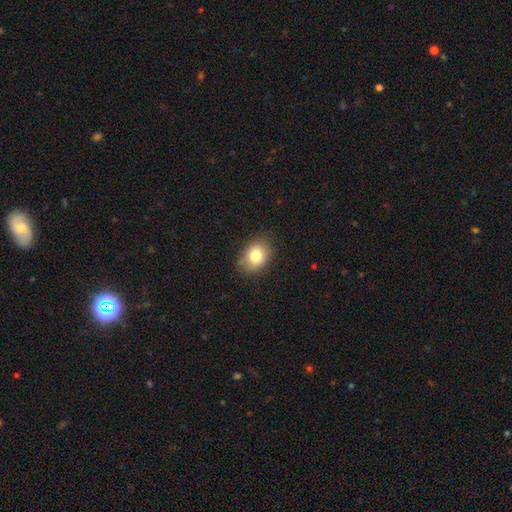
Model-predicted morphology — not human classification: smooth-or-featured: smooth: 80% | star or artifact: 10% | featured or disk: 10%
  how-rounded: in between: 63% | round: 36% | cigar-shaped: 1%
  merging: none: 80% | minor disturbance: 16% | major disturbance: 3% | merger: 1%